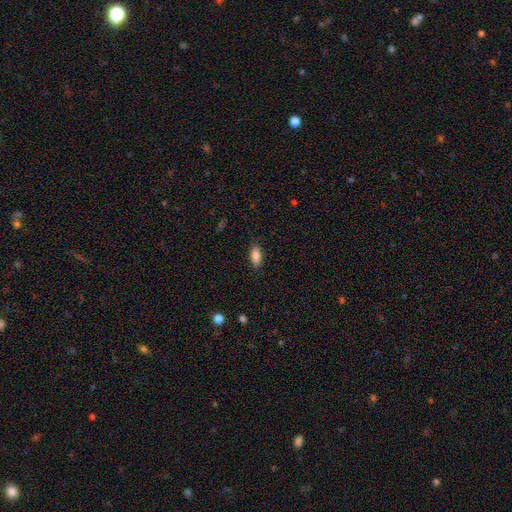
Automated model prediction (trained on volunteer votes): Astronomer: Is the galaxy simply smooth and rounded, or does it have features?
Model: smooth — 86%.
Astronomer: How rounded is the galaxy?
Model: in between — 83%.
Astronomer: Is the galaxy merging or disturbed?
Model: none — 88%.